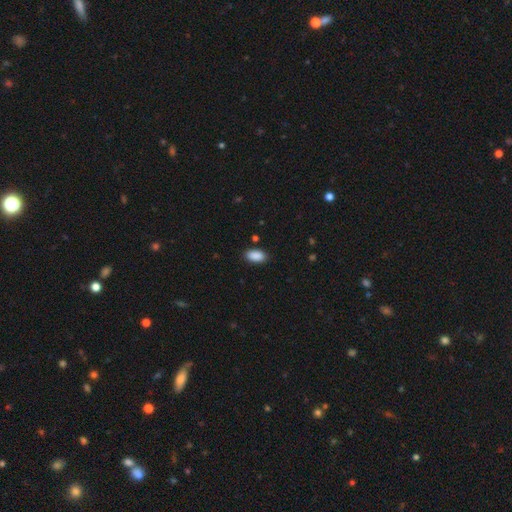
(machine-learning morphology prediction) Smooth or featured?
  - smooth: 90% *
  - star or artifact: 7%
  - featured or disk: 3%
How rounded?
  - in between: 94% *
  - round: 3%
  - cigar-shaped: 3%
Merging?
  - none: 88% *
  - minor disturbance: 9%
  - major disturbance: 2%
  - merger: 1%